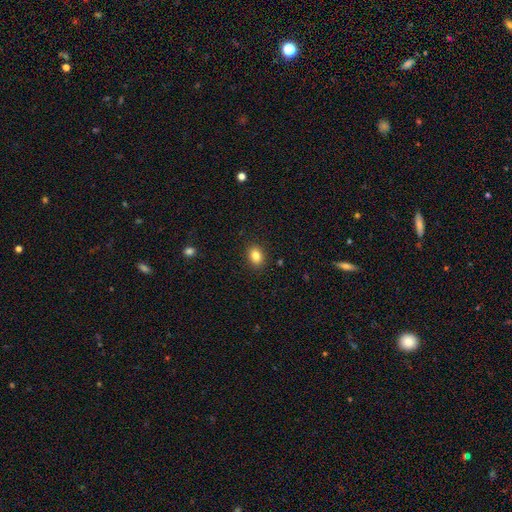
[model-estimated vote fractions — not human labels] smooth-or-featured: smooth: 84% | star or artifact: 10% | featured or disk: 6%
  how-rounded: in between: 66% | round: 33% | cigar-shaped: 1%
  merging: none: 89% | minor disturbance: 8% | major disturbance: 2% | merger: 1%